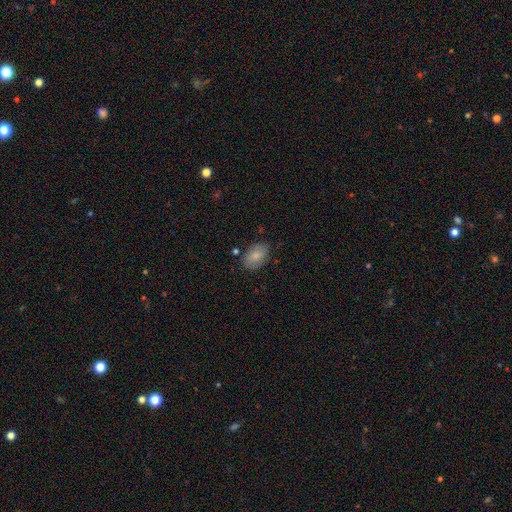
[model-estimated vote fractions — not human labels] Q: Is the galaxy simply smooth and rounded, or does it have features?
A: smooth — 82%.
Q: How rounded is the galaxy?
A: in between — 89%.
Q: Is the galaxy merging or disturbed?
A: none — 78%.